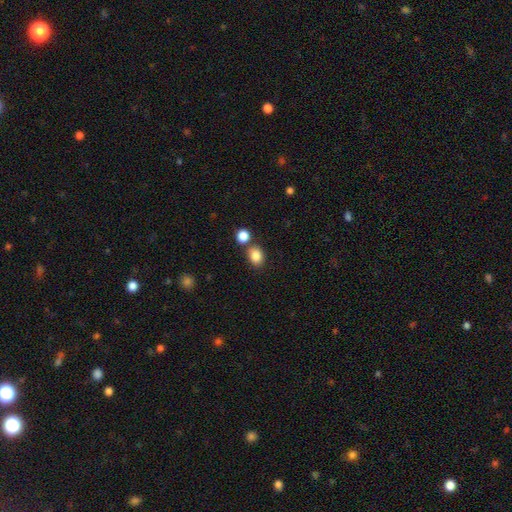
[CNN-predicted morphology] This appears to be a smooth galaxy with no disk features (85%) that is in between round and cigar-shaped (51%). Merging: none (69%).